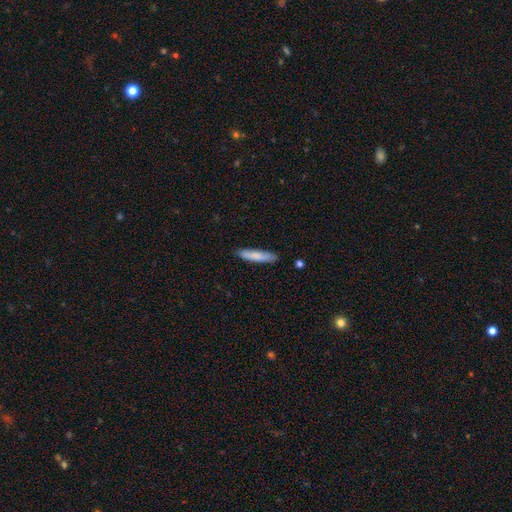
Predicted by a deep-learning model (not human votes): smooth-or-featured: smooth: 81% | featured or disk: 14% | star or artifact: 5%
  how-rounded: cigar-shaped: 85% | in between: 13% | round: 1%
  merging: none: 87% | minor disturbance: 10% | major disturbance: 2% | merger: 1%